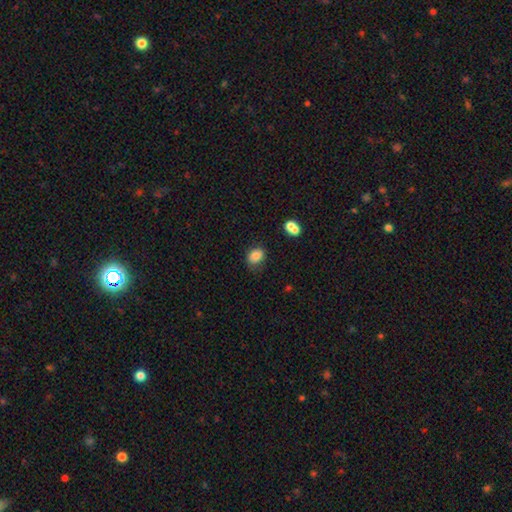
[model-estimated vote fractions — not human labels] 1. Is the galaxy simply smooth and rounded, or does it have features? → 85% smooth, 9% star or artifact, 6% featured or disk.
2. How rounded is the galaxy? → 60% in between, 39% round, 1% cigar-shaped.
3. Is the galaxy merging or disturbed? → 71% none, 20% minor disturbance, 5% major disturbance, 3% merger.